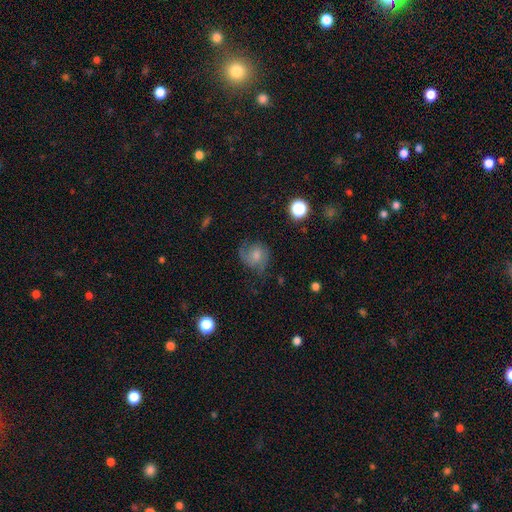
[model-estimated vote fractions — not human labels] This appears to be a featured or disk galaxy (50%). Merging: none (57%).